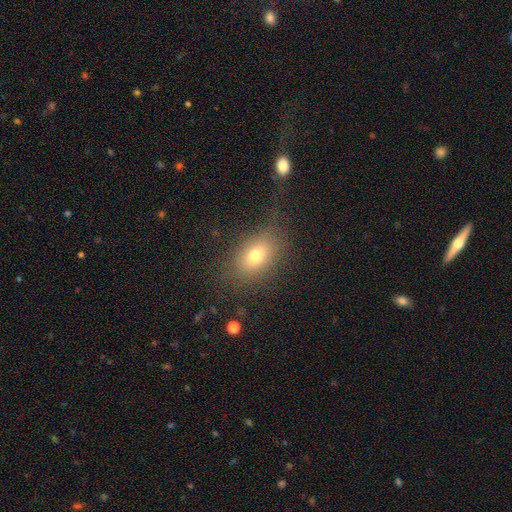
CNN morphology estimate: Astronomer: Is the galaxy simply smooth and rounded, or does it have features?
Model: smooth — 73%.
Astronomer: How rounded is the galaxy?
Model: in between — 77%.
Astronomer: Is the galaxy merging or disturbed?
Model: none — 68%.